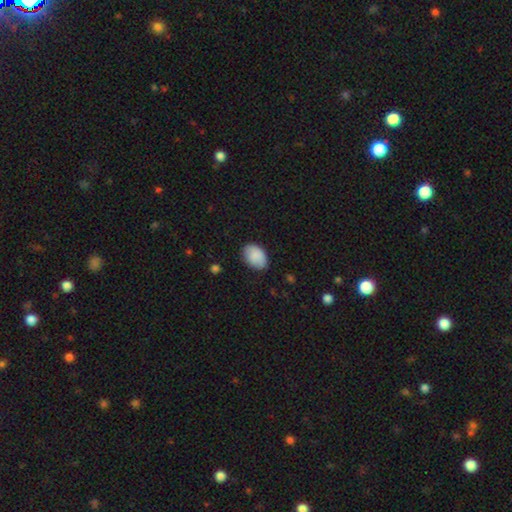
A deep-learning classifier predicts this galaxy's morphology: type=smooth (87%); roundness=in between (84%); merging=none (79%).